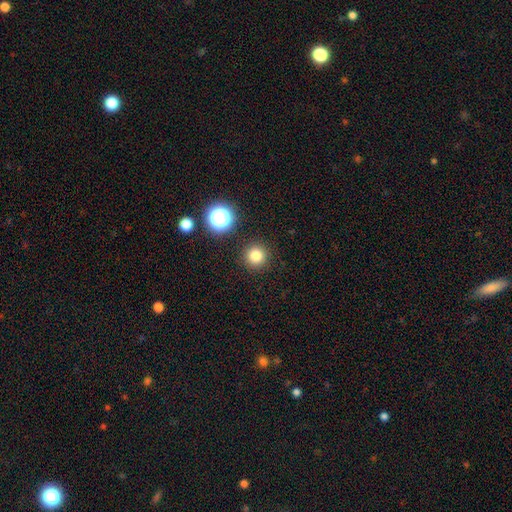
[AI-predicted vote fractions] A smooth galaxy with no disk features (80%) that is round (96%). Merging: none (90%).